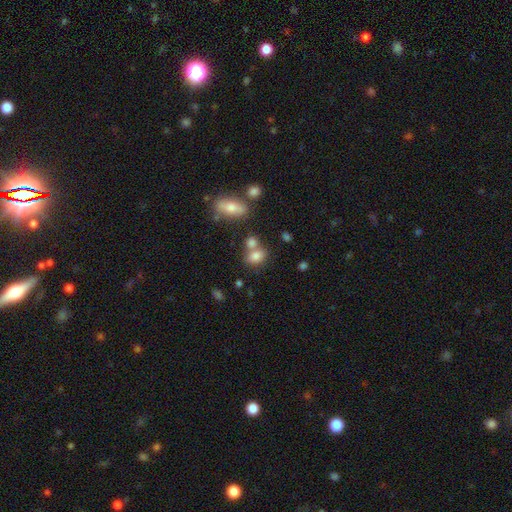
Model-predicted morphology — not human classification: smooth 79%, star or artifact 11%, featured or disk 10%. Down the decision tree: how rounded — in between (71%); merging — none (48%).